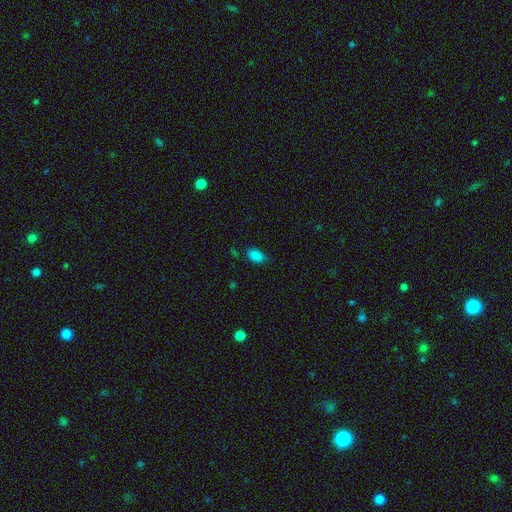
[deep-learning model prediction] Smooth or featured? Predicted: smooth (p=0.85). How rounded? Predicted: in between (p=0.93). Merging? Predicted: none (p=0.78).